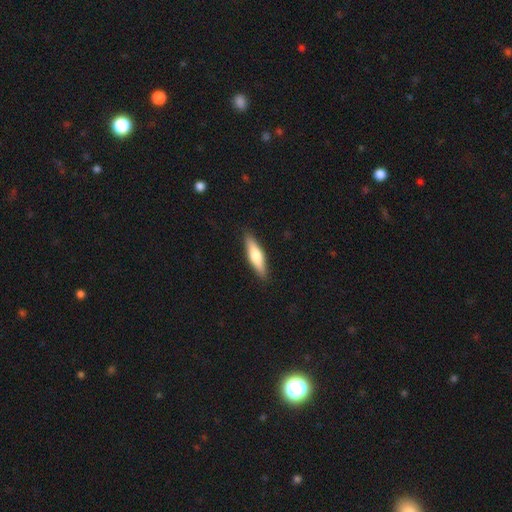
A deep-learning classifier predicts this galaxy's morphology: A smooth galaxy with no disk features (60%) that is cigar-shaped (68%).

Vote fractions:
- Smooth or featured? smooth: 60% / featured or disk: 35% / star or artifact: 5%
- How rounded? cigar-shaped: 68% / in between: 30% / round: 2%
- Merging? none: 89% / minor disturbance: 8% / major disturbance: 2% / merger: 1%